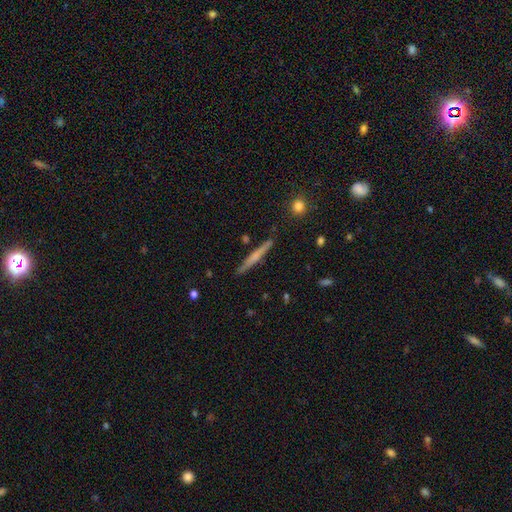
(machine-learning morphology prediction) Smooth or featured? featured or disk (47%)
Merging? none (88%)